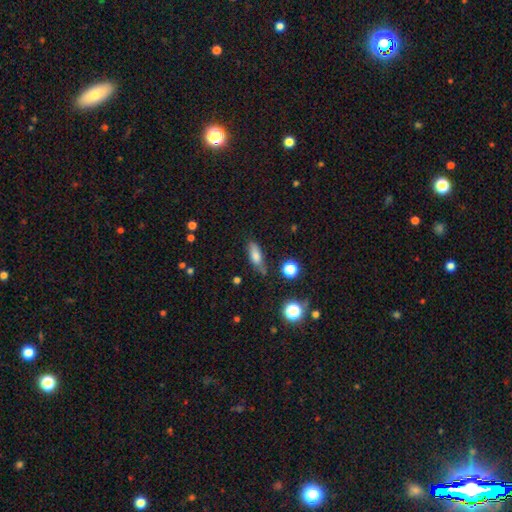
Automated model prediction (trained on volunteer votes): This is likely a smooth galaxy (74%). How rounded: likely in between (66%). Merging: likely none (65%).